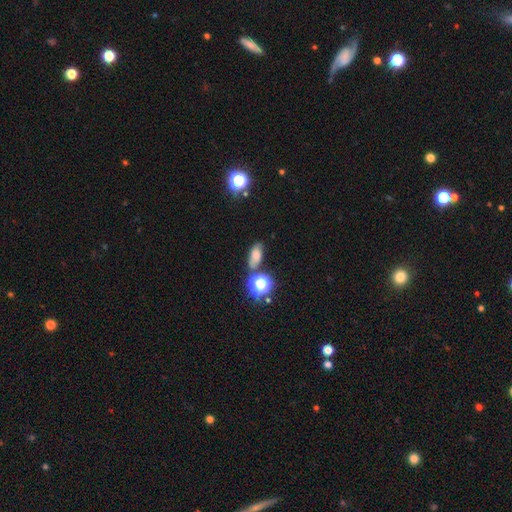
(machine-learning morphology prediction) Smooth or featured?
  - smooth: 63% *
  - star or artifact: 22%
  - featured or disk: 15%
How rounded?
  - in between: 79% *
  - round: 15%
  - cigar-shaped: 6%
Merging?
  - none: 68% *
  - minor disturbance: 17%
  - merger: 10%
  - major disturbance: 5%